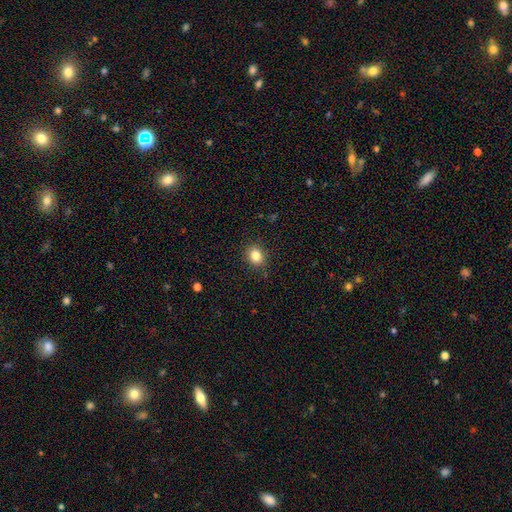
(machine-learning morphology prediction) This is clearly a smooth galaxy (83%). How rounded: likely round (67%). Merging: clearly none (89%).